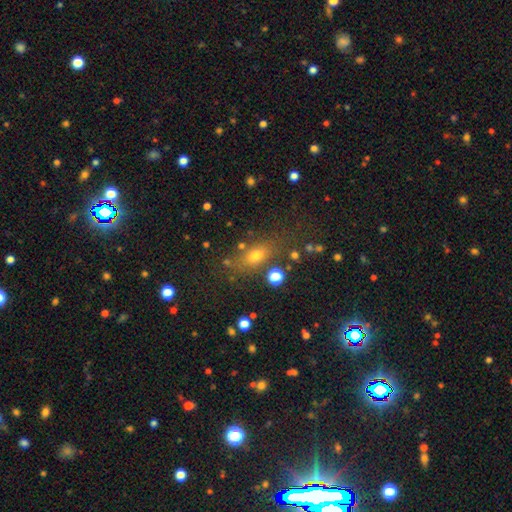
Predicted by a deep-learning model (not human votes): A smooth galaxy with no disk features (66%) that is in between round and cigar-shaped (66%).

Vote fractions:
- Smooth or featured? smooth: 66% / star or artifact: 19% / featured or disk: 15%
- How rounded? in between: 66% / round: 21% / cigar-shaped: 13%
- Merging? none: 73% / minor disturbance: 13% / merger: 7% / major disturbance: 7%